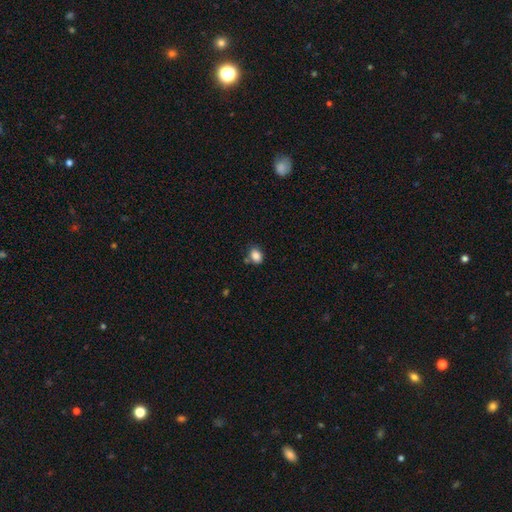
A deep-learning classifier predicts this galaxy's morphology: Smooth or featured? Predicted: smooth (p=0.85). How rounded? Predicted: in between (p=0.67). Merging? Predicted: none (p=0.69).